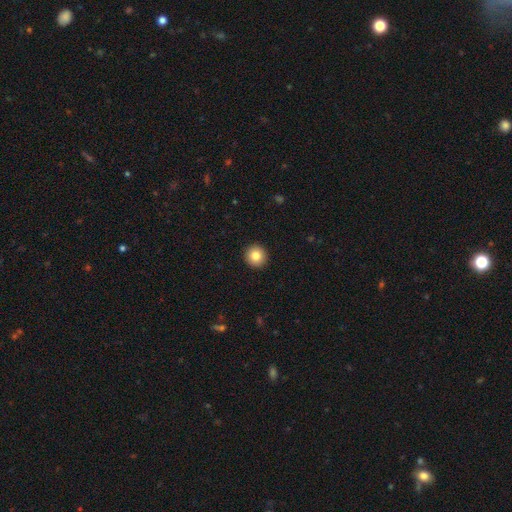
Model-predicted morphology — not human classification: A smooth galaxy with no disk features (82%) that is round (95%). Merging: none (93%).